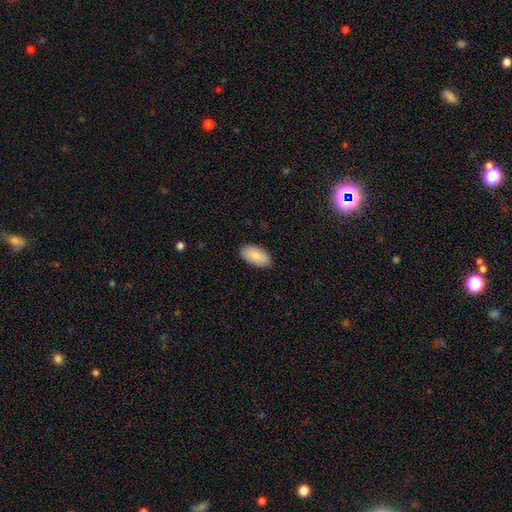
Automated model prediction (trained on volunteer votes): Smooth or featured? Predicted: smooth (p=0.89). How rounded? Predicted: in between (p=0.95). Merging? Predicted: none (p=0.89).